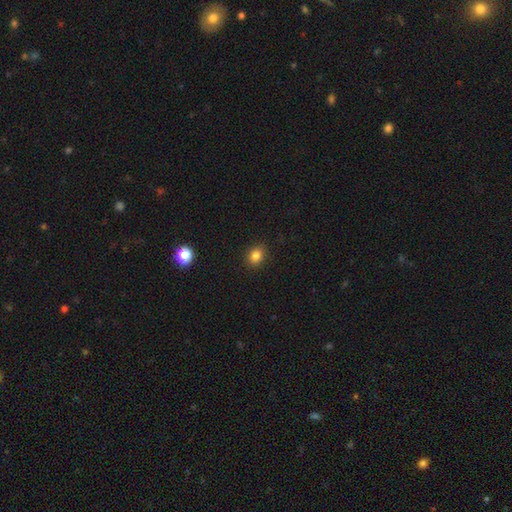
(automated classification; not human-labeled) A smooth galaxy with no disk features (83%) that is round (64%).

Vote fractions:
- Smooth or featured? smooth: 83% / star or artifact: 12% / featured or disk: 5%
- How rounded? round: 64% / in between: 35% / cigar-shaped: 1%
- Merging? none: 91% / minor disturbance: 6% / major disturbance: 2% / merger: 1%